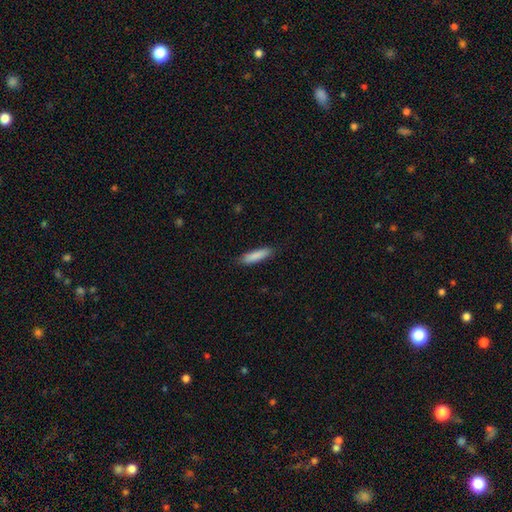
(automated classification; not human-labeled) smooth_or_featured: smooth (p=0.86) [alt: featured or disk p=0.08]
how_rounded: cigar-shaped (p=0.74) [alt: in between p=0.24]
merging: none (p=0.86) [alt: minor disturbance p=0.11]